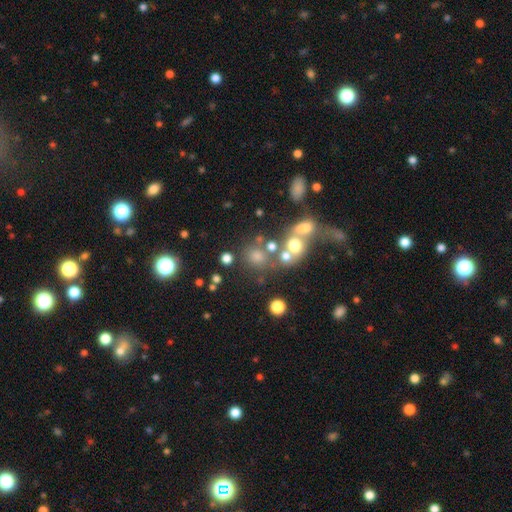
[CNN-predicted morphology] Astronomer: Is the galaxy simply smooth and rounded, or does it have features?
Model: smooth — 58%.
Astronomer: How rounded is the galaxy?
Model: round — 78%.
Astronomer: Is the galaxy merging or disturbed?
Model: none — 45% (runner-up: merger, 35%).